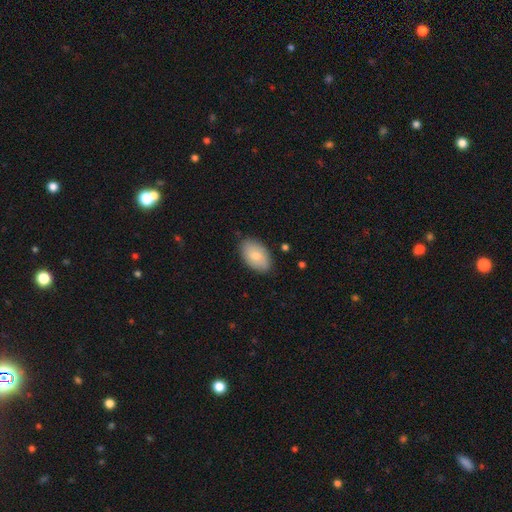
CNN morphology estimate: The model was most divided on "smooth or featured": smooth: 77%, featured or disk: 17%, star or artifact: 6%. More confident: how rounded — in between (92%); merging — none (84%).